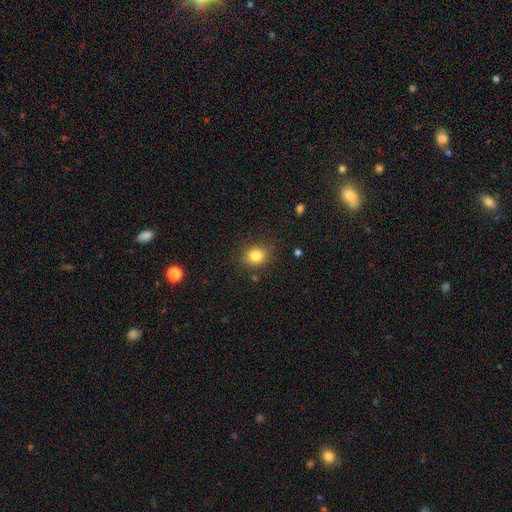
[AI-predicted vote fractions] Smooth or featured? smooth (82%)
How rounded? round (67%)
Merging? none (84%)